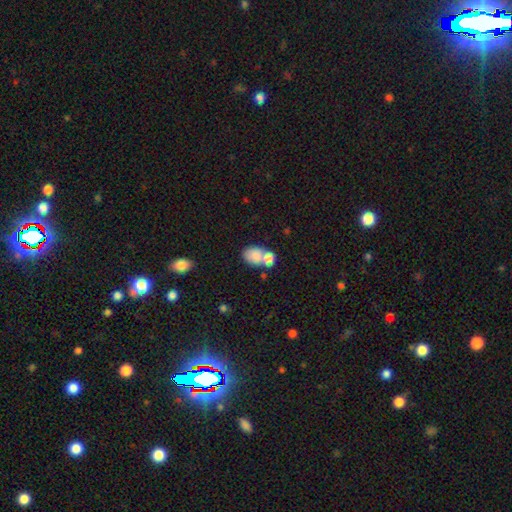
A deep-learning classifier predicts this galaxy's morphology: This is likely a smooth galaxy (79%). How rounded: likely in between (75%). Merging: possibly merger (58%).